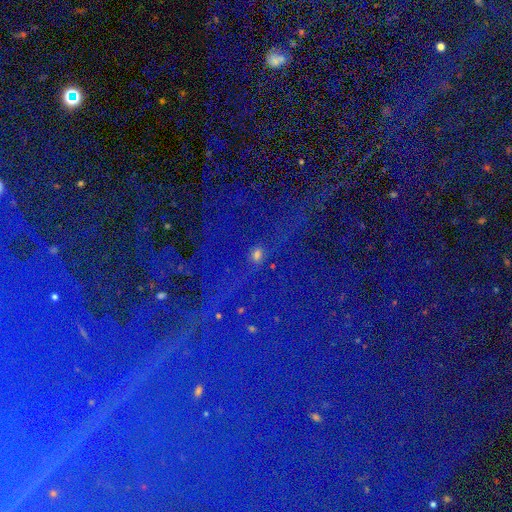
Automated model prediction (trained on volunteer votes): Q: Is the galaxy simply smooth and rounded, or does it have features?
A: star or artifact — 86%.